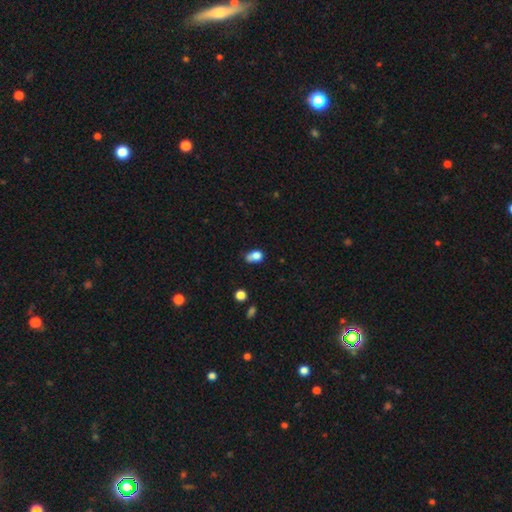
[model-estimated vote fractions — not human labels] smooth_or_featured: smooth (p=0.79) [alt: star or artifact p=0.11]
how_rounded: in between (p=0.71) [alt: round p=0.27]
merging: none (p=0.39) [alt: minor disturbance p=0.35]